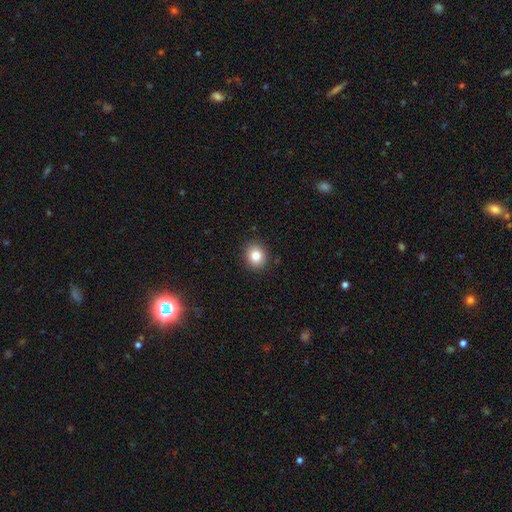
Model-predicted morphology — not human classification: smooth 82%, star or artifact 11%, featured or disk 7%. Down the decision tree: how rounded — round (73%); merging — none (90%).